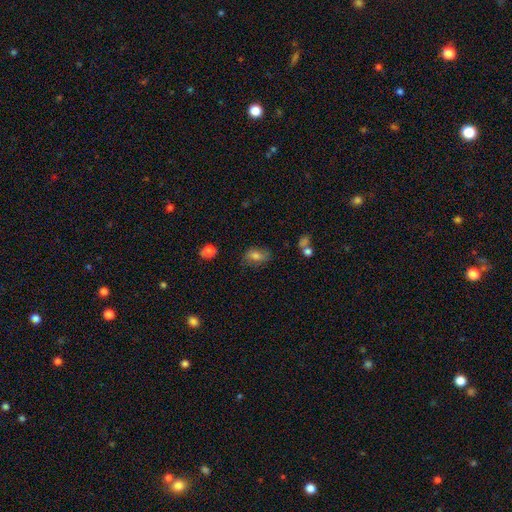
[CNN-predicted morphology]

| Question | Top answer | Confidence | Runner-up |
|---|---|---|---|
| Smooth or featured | smooth | 73% | featured or disk (17%) |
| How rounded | in between | 83% | round (14%) |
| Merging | none | 67% | minor disturbance (23%) |